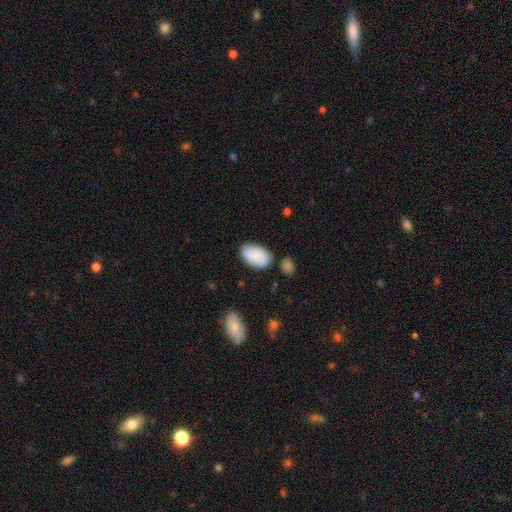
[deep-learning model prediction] smooth 85%, featured or disk 9%, star or artifact 6%. Down the decision tree: how rounded — in between (94%); merging — none (76%).